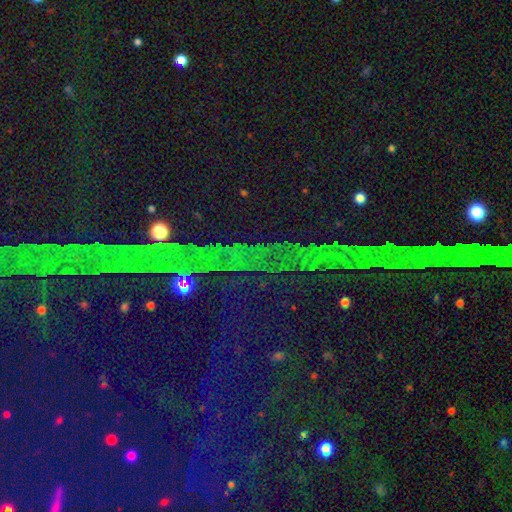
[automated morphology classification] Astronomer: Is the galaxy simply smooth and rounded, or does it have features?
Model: star or artifact — 78%.